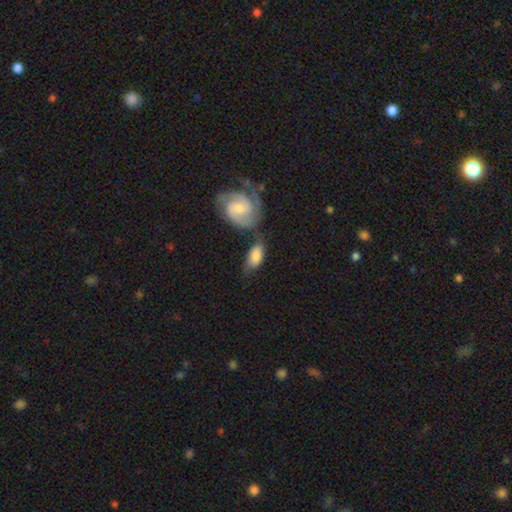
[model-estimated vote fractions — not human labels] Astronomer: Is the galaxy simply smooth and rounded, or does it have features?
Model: smooth — 66%.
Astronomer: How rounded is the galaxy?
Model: in between — 88%.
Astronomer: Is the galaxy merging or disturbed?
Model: none — 47% (runner-up: merger, 23%).